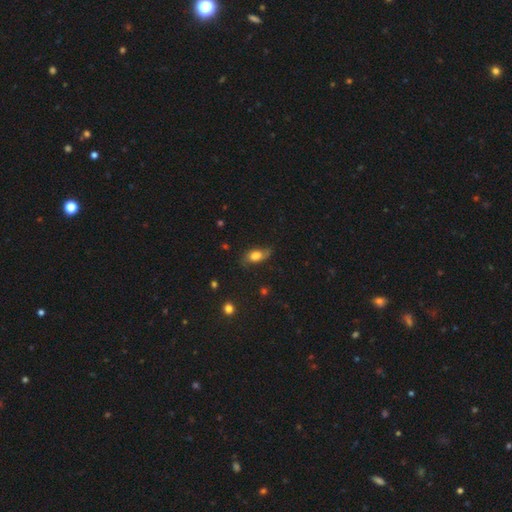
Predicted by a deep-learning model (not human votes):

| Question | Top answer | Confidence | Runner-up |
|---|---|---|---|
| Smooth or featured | smooth | 61% | featured or disk (30%) |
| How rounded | in between | 81% | round (12%) |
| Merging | none | 62% | minor disturbance (27%) |